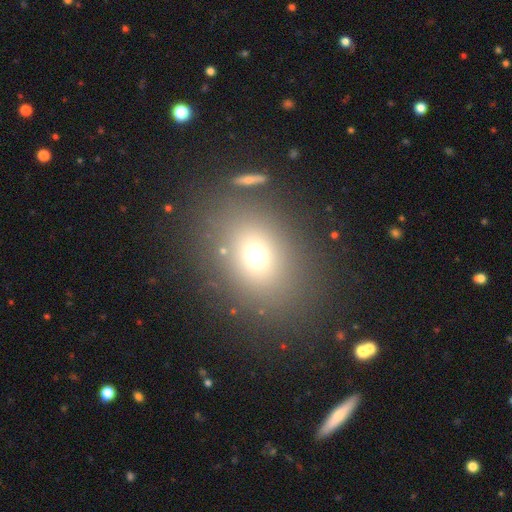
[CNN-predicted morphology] smooth 69%, star or artifact 19%, featured or disk 12%. Down the decision tree: how rounded — in between (53%); merging — none (80%).